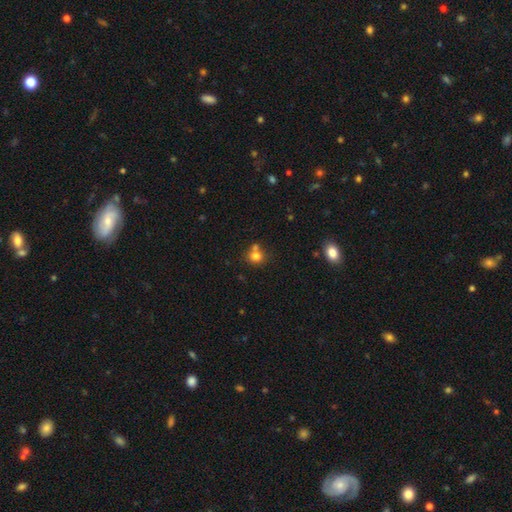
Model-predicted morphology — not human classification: Smooth or featured? Predicted: smooth (p=0.78). How rounded? Predicted: round (p=0.80). Merging? Predicted: none (p=0.53).